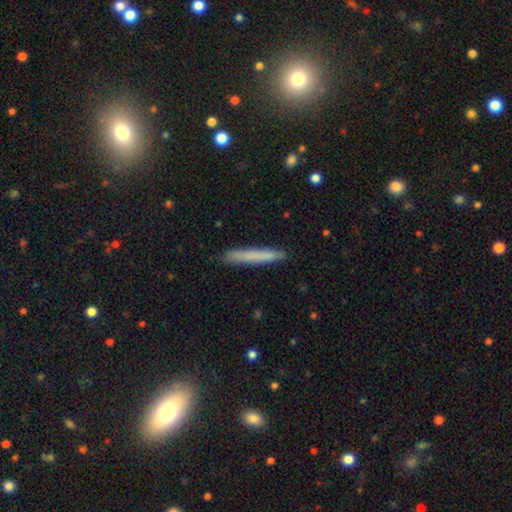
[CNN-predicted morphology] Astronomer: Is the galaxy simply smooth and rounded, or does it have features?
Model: smooth — 74%.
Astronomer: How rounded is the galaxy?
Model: cigar-shaped — 96%.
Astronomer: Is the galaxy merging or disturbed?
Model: none — 89%.